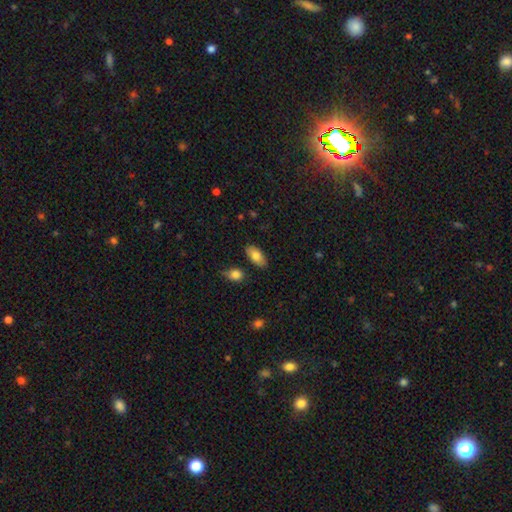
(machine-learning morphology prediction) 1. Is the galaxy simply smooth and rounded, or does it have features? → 79% smooth, 14% featured or disk, 7% star or artifact.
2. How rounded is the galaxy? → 91% in between, 6% cigar-shaped, 3% round.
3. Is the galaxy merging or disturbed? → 83% none, 10% minor disturbance, 4% merger, 2% major disturbance.